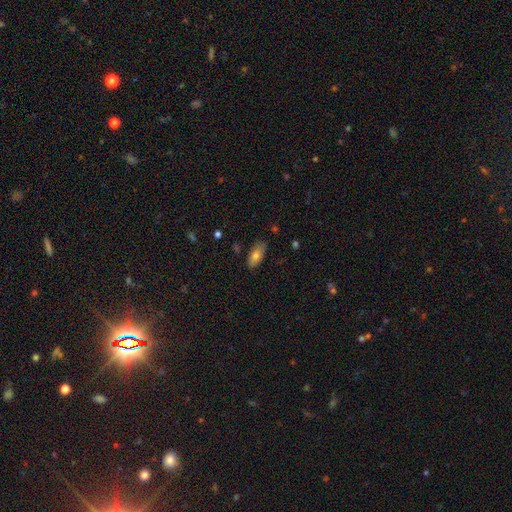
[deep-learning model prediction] smooth 75%, featured or disk 18%, star or artifact 7%. Down the decision tree: how rounded — in between (87%); merging — none (82%).